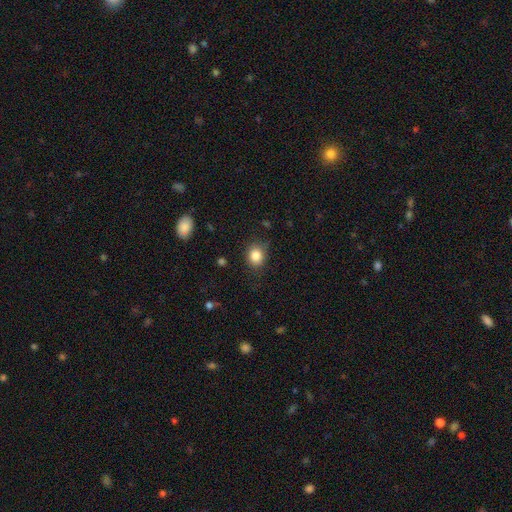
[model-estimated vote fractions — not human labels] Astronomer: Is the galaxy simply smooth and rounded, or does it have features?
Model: smooth — 84%.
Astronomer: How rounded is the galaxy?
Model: round — 67%.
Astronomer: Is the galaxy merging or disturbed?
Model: none — 78%.